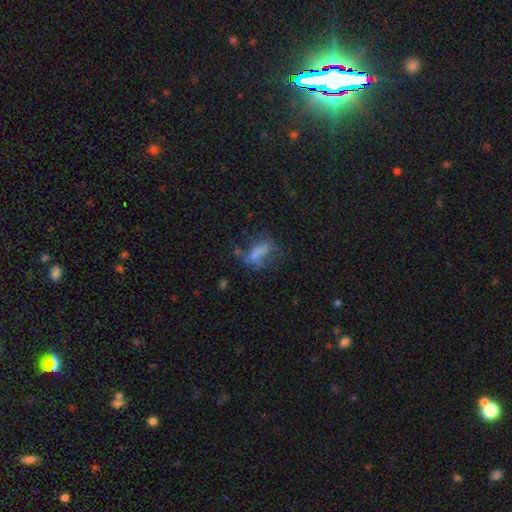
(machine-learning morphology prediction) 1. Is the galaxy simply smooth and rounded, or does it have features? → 53% smooth, 30% featured or disk, 17% star or artifact.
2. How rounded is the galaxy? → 61% in between, 31% cigar-shaped, 7% round.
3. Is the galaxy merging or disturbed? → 41% none, 29% major disturbance, 23% minor disturbance, 7% merger.